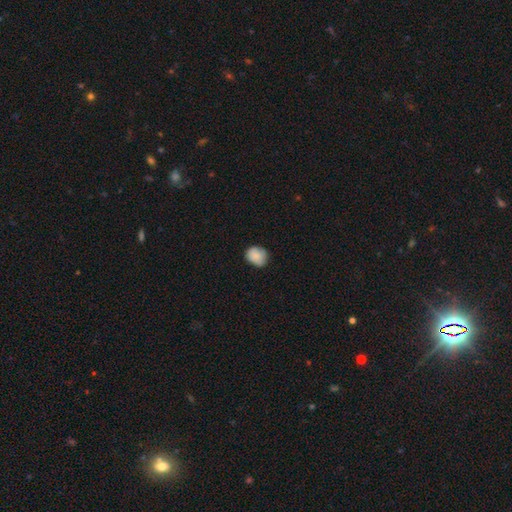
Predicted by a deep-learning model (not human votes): A smooth galaxy with no disk features (85%) that is round (59%).

Vote fractions:
- Smooth or featured? smooth: 85% / star or artifact: 8% / featured or disk: 8%
- How rounded? round: 59% / in between: 41% / cigar-shaped: 1%
- Merging? none: 70% / minor disturbance: 25% / major disturbance: 4% / merger: 1%